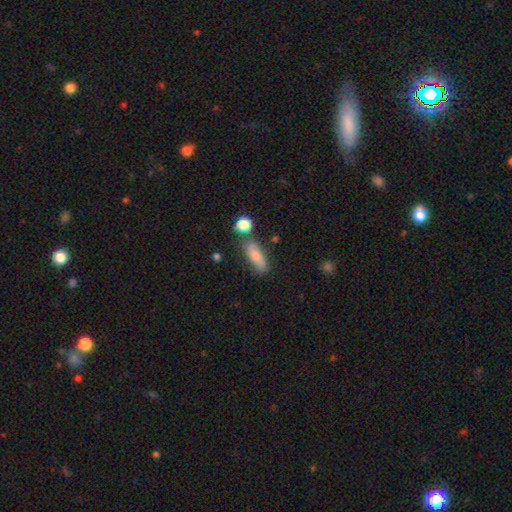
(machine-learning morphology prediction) smooth-or-featured: smooth: 73% | featured or disk: 19% | star or artifact: 8%
  how-rounded: in between: 66% | cigar-shaped: 30% | round: 4%
  merging: none: 67% | minor disturbance: 19% | merger: 9% | major disturbance: 5%